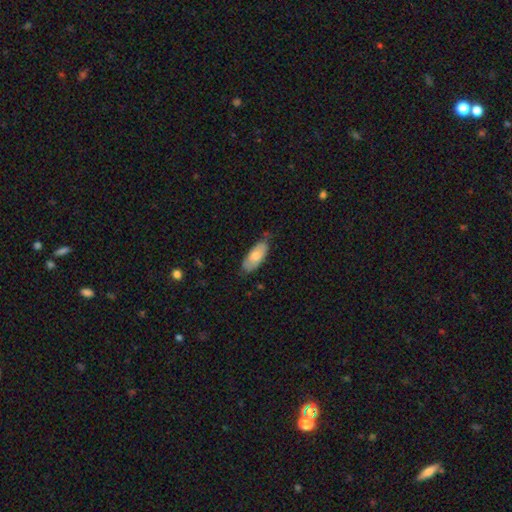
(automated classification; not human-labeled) smooth 71%, featured or disk 23%, star or artifact 6%. Down the decision tree: how rounded — in between (84%); merging — none (69%).